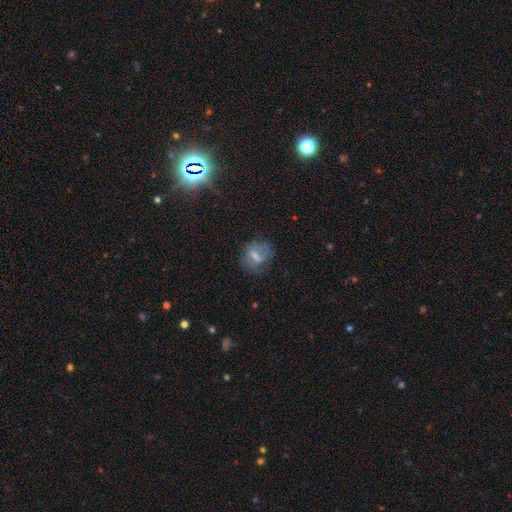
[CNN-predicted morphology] type=smooth (45%, tied with featured or disk); merging=none (60%).